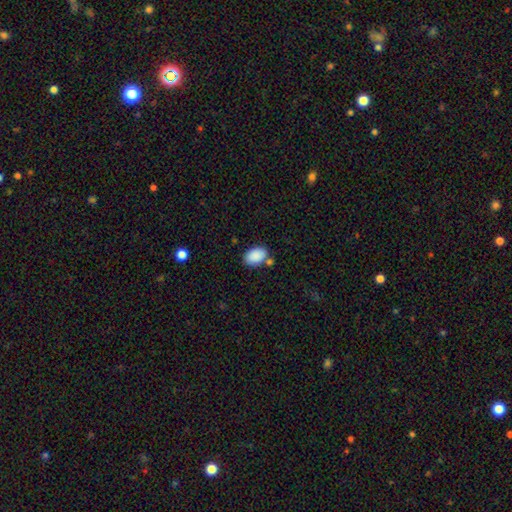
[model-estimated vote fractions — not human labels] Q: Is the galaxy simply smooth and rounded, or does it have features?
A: smooth — 89%.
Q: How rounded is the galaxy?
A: in between — 89%.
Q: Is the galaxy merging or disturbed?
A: none — 70%.